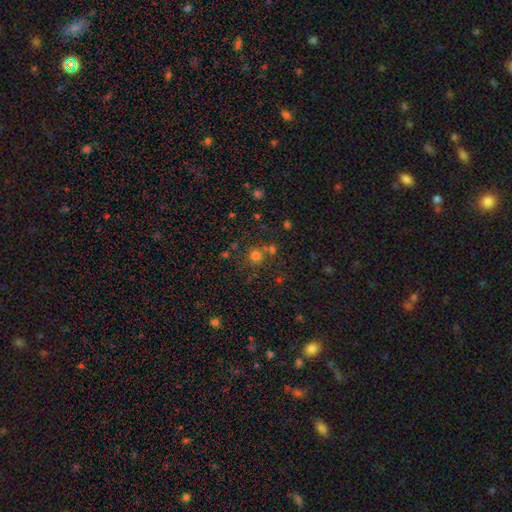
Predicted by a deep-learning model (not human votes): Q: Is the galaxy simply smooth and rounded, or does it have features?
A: smooth — 72%.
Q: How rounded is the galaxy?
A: round — 92%.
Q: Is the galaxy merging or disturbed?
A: none — 70%.